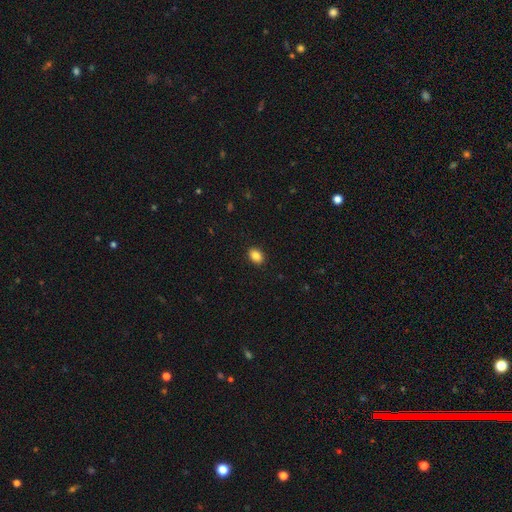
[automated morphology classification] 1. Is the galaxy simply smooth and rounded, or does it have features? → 86% smooth, 9% star or artifact, 5% featured or disk.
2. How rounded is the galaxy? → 74% in between, 25% round, 1% cigar-shaped.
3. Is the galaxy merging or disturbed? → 90% none, 7% minor disturbance, 2% major disturbance, 1% merger.